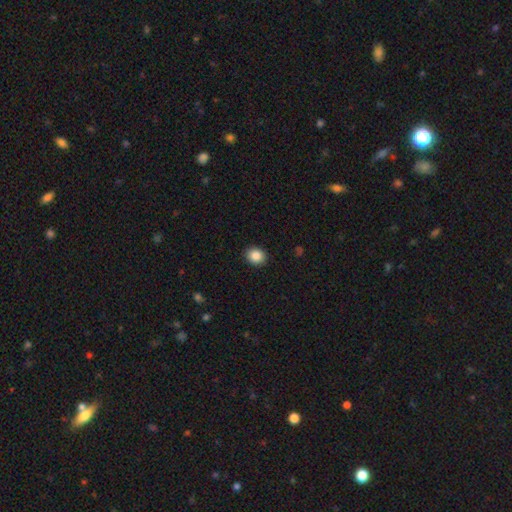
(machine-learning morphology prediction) Smooth or featured?
  - smooth: 88% *
  - star or artifact: 9%
  - featured or disk: 4%
How rounded?
  - round: 63% *
  - in between: 36%
  - cigar-shaped: 1%
Merging?
  - none: 90% *
  - minor disturbance: 7%
  - major disturbance: 2%
  - merger: 1%